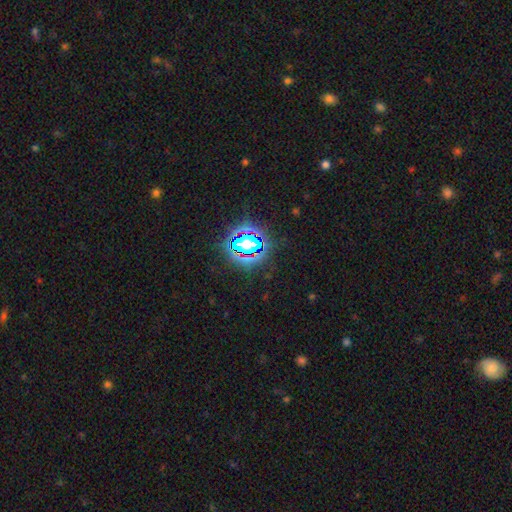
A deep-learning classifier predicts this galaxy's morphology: type=star or artifact (71%).